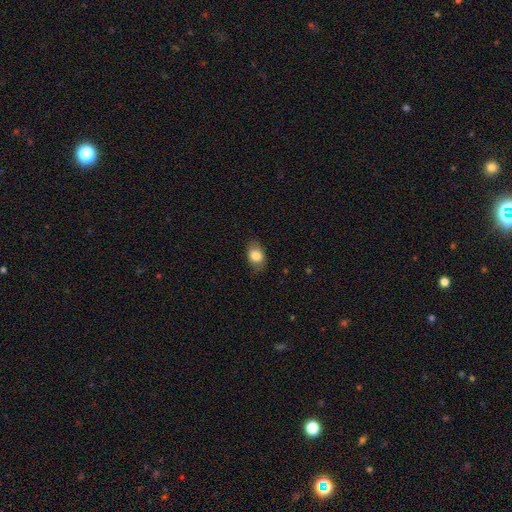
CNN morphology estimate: The model was most divided on "how rounded": in between: 73%, round: 26%, cigar-shaped: 1%. More confident: smooth or featured — smooth (83%); merging — none (75%).